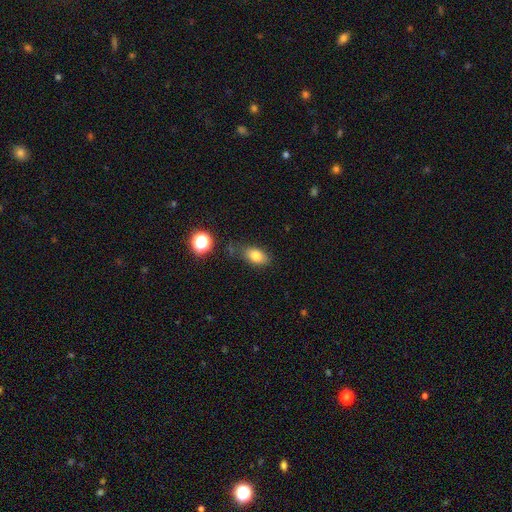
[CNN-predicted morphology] Q: Smooth or featured?
A: smooth (79%); runner-up: star or artifact (11%)
Q: How rounded?
A: in between (84%); runner-up: round (13%)
Q: Merging?
A: none (72%); runner-up: minor disturbance (19%)